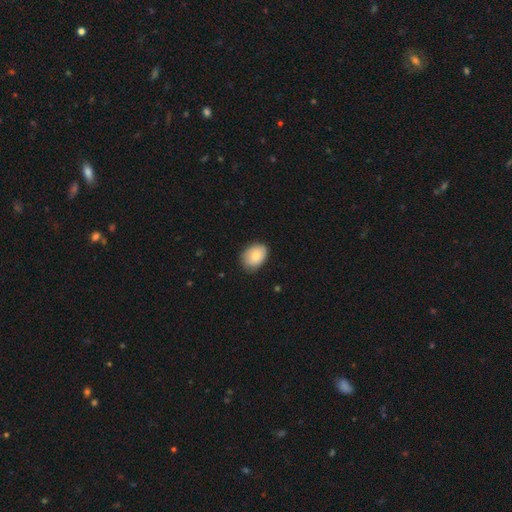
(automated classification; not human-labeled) Smooth or featured? Predicted: smooth (p=0.83). How rounded? Predicted: in between (p=0.75). Merging? Predicted: none (p=0.78).